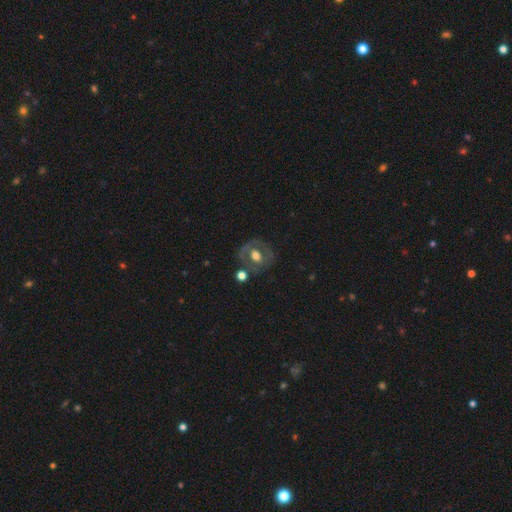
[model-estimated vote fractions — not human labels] smooth-or-featured: featured or disk: 56% | smooth: 36% | star or artifact: 8%
  disk-edge-on: no: 94% | yes: 6%
    bar: no: 60% | weak: 28% | strong: 12%
    has-spiral-arms: no: 72% | yes: 28%
    bulge-size: moderate: 64% | large: 25% | small: 8% | none: 2% | dominant: 2%
  merging: none: 65% | minor disturbance: 18% | major disturbance: 9% | merger: 8%